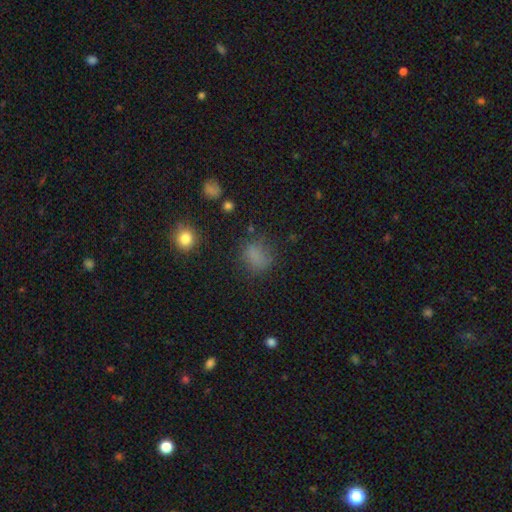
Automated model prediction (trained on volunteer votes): Smooth or featured? Predicted: smooth (p=0.75). How rounded? Predicted: round (p=0.51). Merging? Predicted: none (p=0.70).